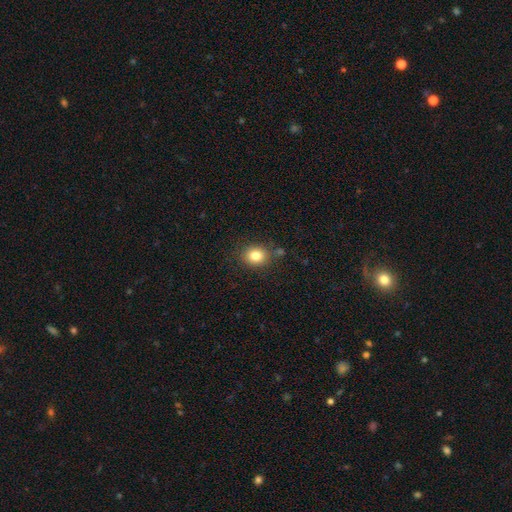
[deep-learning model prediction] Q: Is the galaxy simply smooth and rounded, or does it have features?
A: smooth — 82%.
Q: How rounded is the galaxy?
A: round — 68%.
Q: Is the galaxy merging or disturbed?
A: none — 81%.